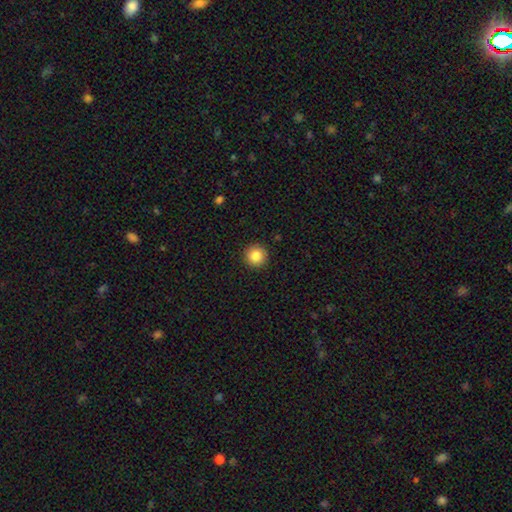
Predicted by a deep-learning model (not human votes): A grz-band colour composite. It shows a smooth galaxy with no disk features (84%) that is round (96%). Merging: none (93%).